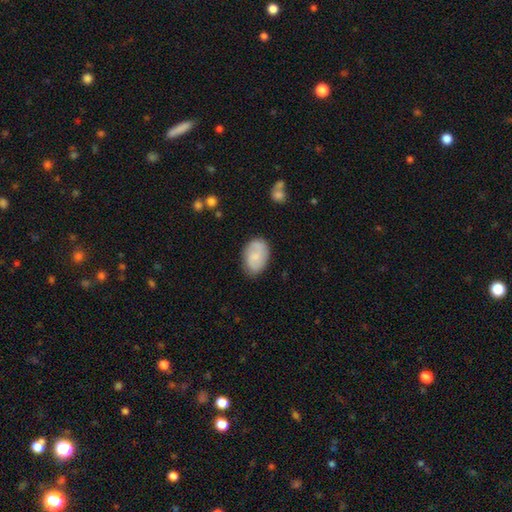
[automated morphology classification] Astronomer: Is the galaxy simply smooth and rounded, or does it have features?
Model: smooth — 65%.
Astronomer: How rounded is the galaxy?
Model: in between — 86%.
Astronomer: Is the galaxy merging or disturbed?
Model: none — 75%.